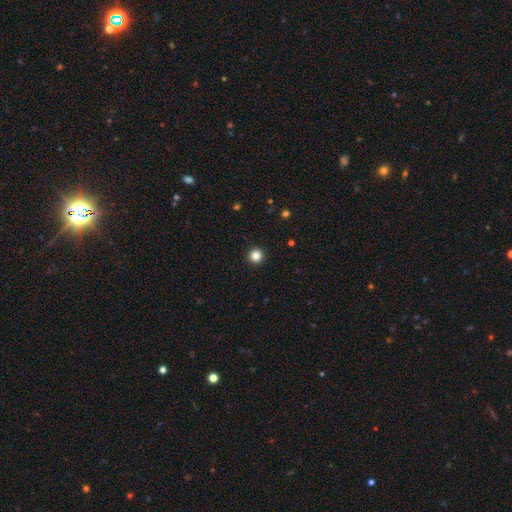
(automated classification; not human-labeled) Morphology: type=smooth (83%); roundness=round (96%); merging=none (94%).